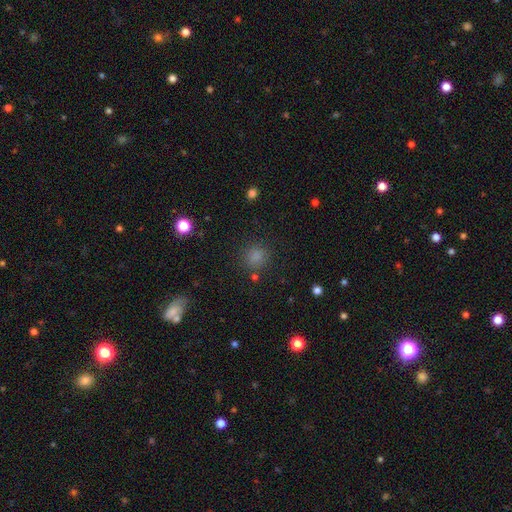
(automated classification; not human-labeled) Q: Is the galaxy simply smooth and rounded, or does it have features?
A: smooth — 80%.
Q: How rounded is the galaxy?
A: round — 88%.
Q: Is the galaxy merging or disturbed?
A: none — 84%.